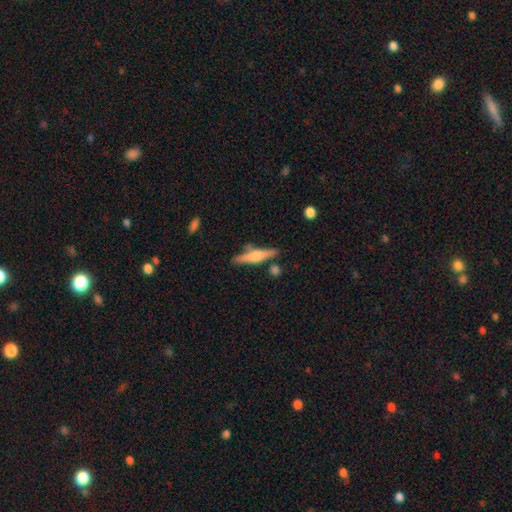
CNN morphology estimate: A featured or disk galaxy (57%) viewed edge-on (96%) with a rounded central bulge (79%).

Vote fractions:
- Smooth or featured? featured or disk: 57% / smooth: 37% / star or artifact: 6%
- Edge-on disk? yes: 96% / no: 4%
- Edge-on bulge? rounded: 79% / boxy: 15% / none: 6%
- Merging? none: 78% / minor disturbance: 13% / merger: 6% / major disturbance: 3%